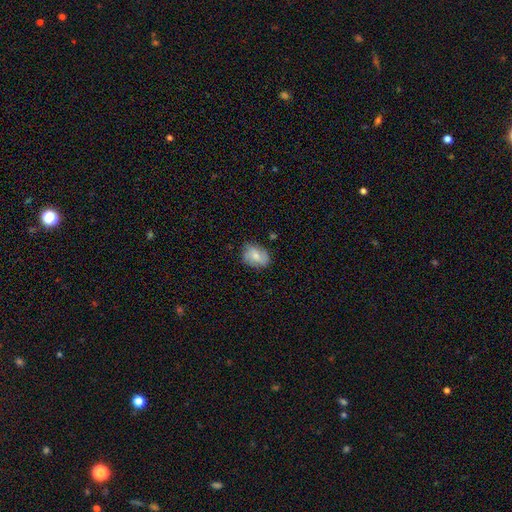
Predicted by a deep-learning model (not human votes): smooth 53%, featured or disk 40%, star or artifact 8%. Down the decision tree: how rounded — in between (70%); merging — none (72%).